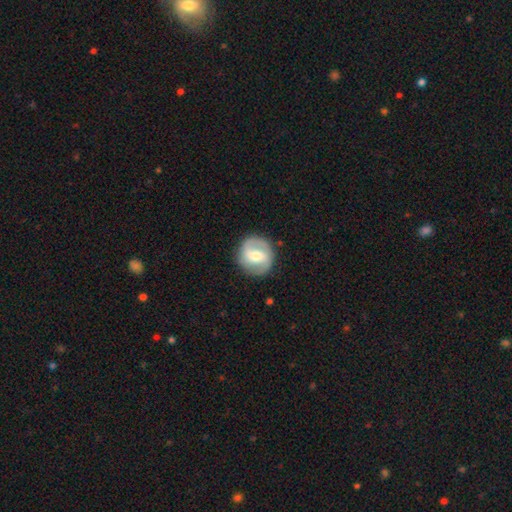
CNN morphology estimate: Smooth or featured? Predicted: featured or disk (p=0.67). Edge-on disk? Predicted: no (p=0.97). Bar? Predicted: weak (p=0.47). Spiral arms? Predicted: yes (p=0.81). Spiral winding? Predicted: medium (p=0.46). Spiral arm count? Predicted: 2 (p=0.86). Bulge size? Predicted: moderate (p=0.64). Merging? Predicted: none (p=0.86).